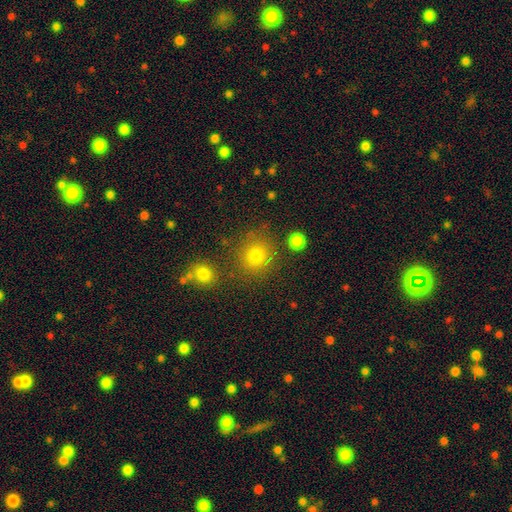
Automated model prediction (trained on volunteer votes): smooth 78%, star or artifact 15%, featured or disk 7%. Down the decision tree: how rounded — round (85%); merging — none (78%).